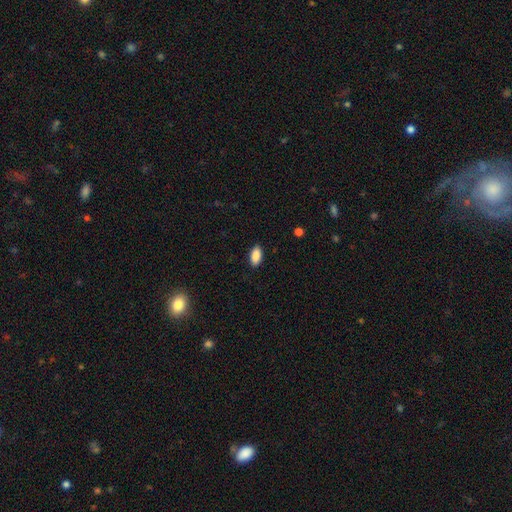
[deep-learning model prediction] A smooth galaxy with no disk features (89%) that is in between round and cigar-shaped (92%).

Vote fractions:
- Smooth or featured? smooth: 89% / star or artifact: 7% / featured or disk: 4%
- How rounded? in between: 92% / cigar-shaped: 6% / round: 2%
- Merging? none: 89% / minor disturbance: 8% / major disturbance: 2% / merger: 1%